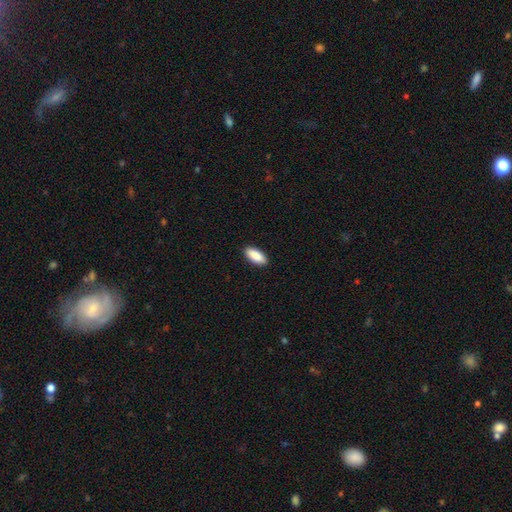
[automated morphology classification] type=smooth (89%); roundness=in between (82%); merging=none (91%).